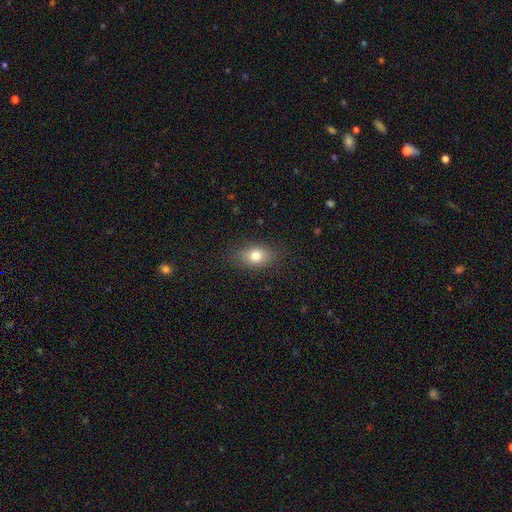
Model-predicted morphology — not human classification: Smooth or featured?
  - smooth: 79% *
  - featured or disk: 11%
  - star or artifact: 10%
How rounded?
  - in between: 80% *
  - round: 17%
  - cigar-shaped: 3%
Merging?
  - none: 84% *
  - minor disturbance: 12%
  - major disturbance: 4%
  - merger: 1%